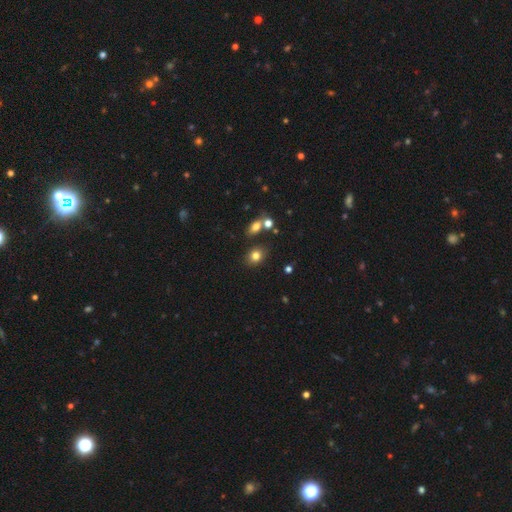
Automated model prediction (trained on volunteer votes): Smooth or featured?
  - smooth: 80% *
  - star or artifact: 12%
  - featured or disk: 8%
How rounded?
  - in between: 50% *
  - round: 48%
  - cigar-shaped: 1%
Merging?
  - none: 77% *
  - minor disturbance: 12%
  - merger: 8%
  - major disturbance: 4%